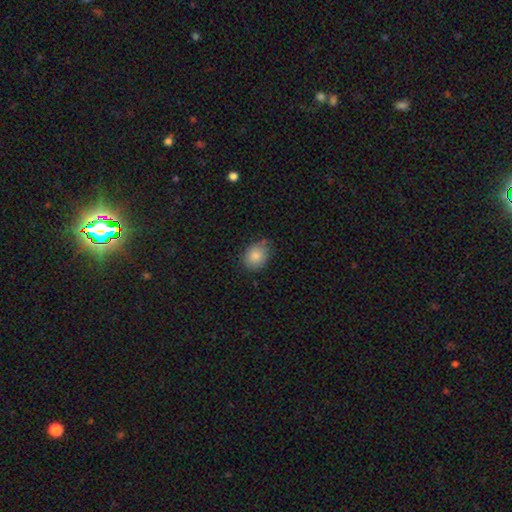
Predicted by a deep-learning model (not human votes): The model was most divided on "how rounded": round: 51%, in between: 49%, cigar-shaped: 1%. More confident: smooth or featured — smooth (85%); merging — none (71%).